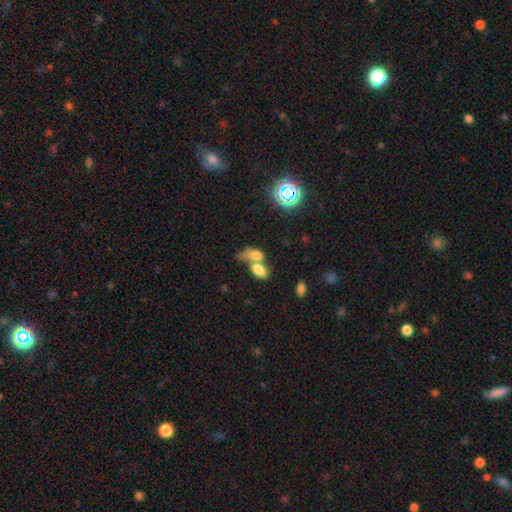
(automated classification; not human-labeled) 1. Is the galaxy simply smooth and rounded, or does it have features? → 73% smooth, 15% featured or disk, 12% star or artifact.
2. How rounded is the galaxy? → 83% in between, 12% round, 5% cigar-shaped.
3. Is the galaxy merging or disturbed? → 67% merger, 19% none, 8% minor disturbance, 7% major disturbance.